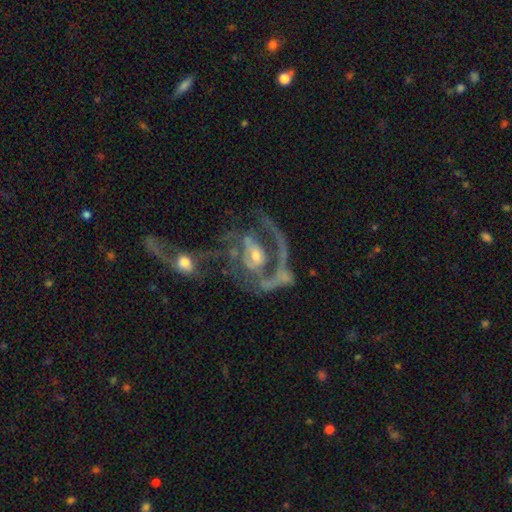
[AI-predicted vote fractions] Morphology: type=featured or disk (84%); edge-on=no (97%); bar=no (45%); spiral arms=yes (83%); winding=medium (43%); arm count=2 (39%); bulge=moderate (46%); merging=merger (34%).